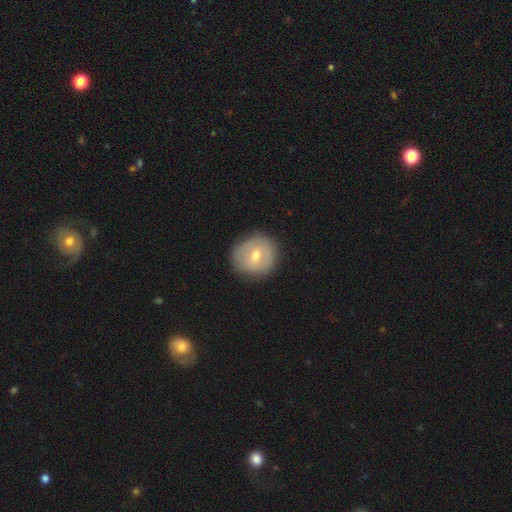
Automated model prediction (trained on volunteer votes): Smooth or featured? Predicted: smooth (p=0.53). How rounded? Predicted: round (p=0.86). Merging? Predicted: none (p=0.84).